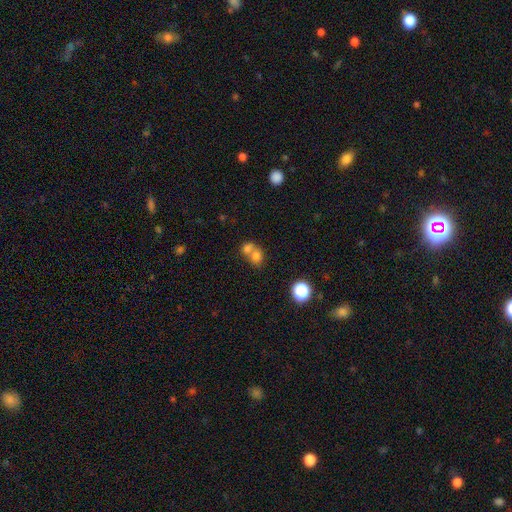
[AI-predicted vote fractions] This appears to be a smooth galaxy with no disk features (72%) that is round (64%). Merging: merger (65%).